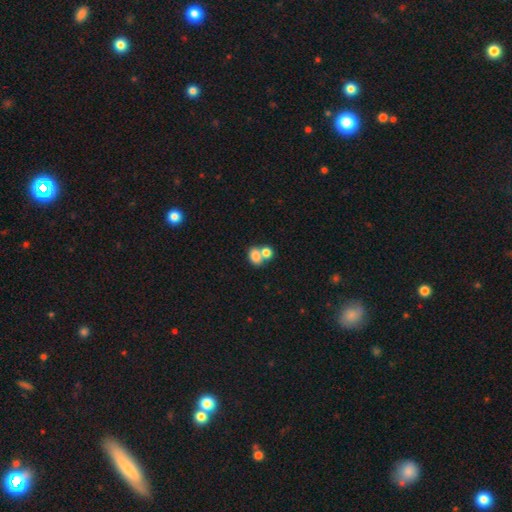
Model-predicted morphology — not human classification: A smooth galaxy with no disk features (80%) that is in between round and cigar-shaped (59%).

Vote fractions:
- Smooth or featured? smooth: 80% / featured or disk: 11% / star or artifact: 9%
- How rounded? in between: 59% / round: 40% / cigar-shaped: 1%
- Merging? merger: 61% / none: 29% / minor disturbance: 7% / major disturbance: 3%